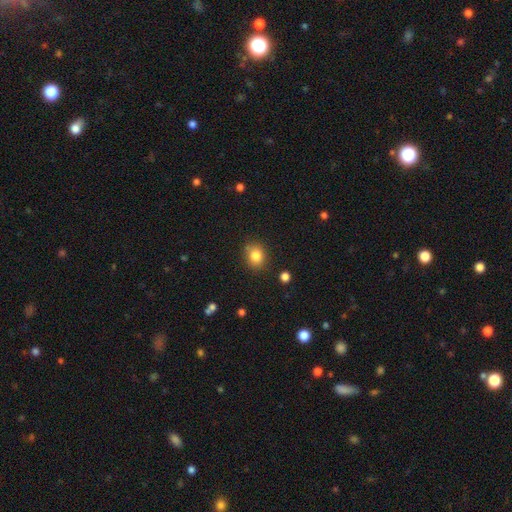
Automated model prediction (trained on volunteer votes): smooth_or_featured: smooth (p=0.82) [alt: star or artifact p=0.11]
how_rounded: round (p=0.65) [alt: in between p=0.34]
merging: none (p=0.81) [alt: minor disturbance p=0.12]